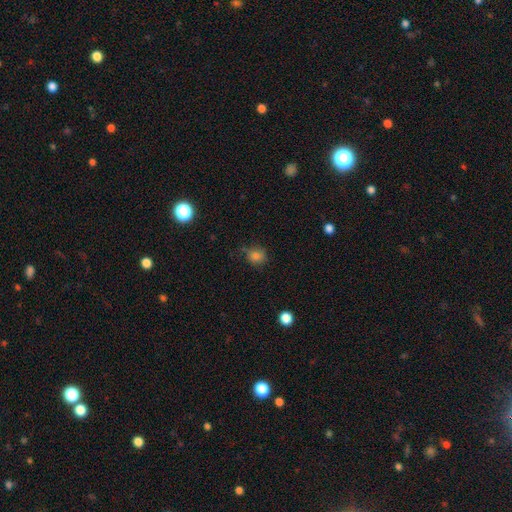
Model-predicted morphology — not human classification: A smooth galaxy with no disk features (79%) that is round (76%).

Vote fractions:
- Smooth or featured? smooth: 79% / star or artifact: 15% / featured or disk: 6%
- How rounded? round: 76% / in between: 22% / cigar-shaped: 1%
- Merging? none: 69% / minor disturbance: 23% / major disturbance: 6% / merger: 3%